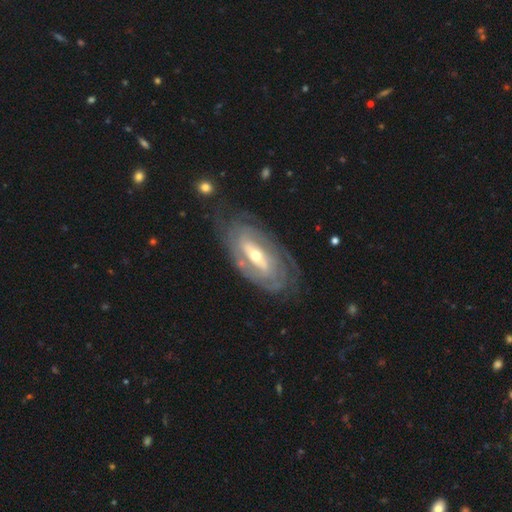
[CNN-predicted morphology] A featured or disk galaxy (85%) with a strong bar (36%), tight (75%) spiral arms (90%) and a moderate central bulge (55%). Merging: none (75%).